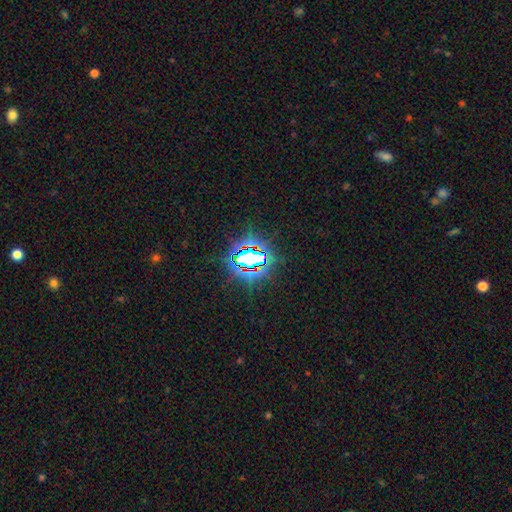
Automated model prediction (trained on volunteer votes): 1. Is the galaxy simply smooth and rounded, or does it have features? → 81% star or artifact, 12% smooth, 8% featured or disk.